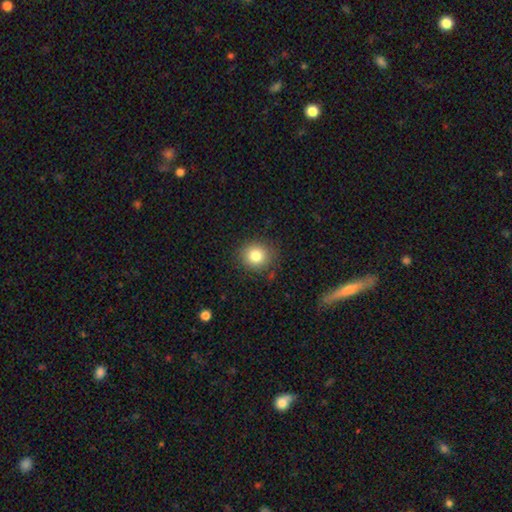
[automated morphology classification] smooth_or_featured: smooth (p=0.82) [alt: star or artifact p=0.11]
how_rounded: round (p=0.85) [alt: in between p=0.15]
merging: none (p=0.86) [alt: minor disturbance p=0.09]